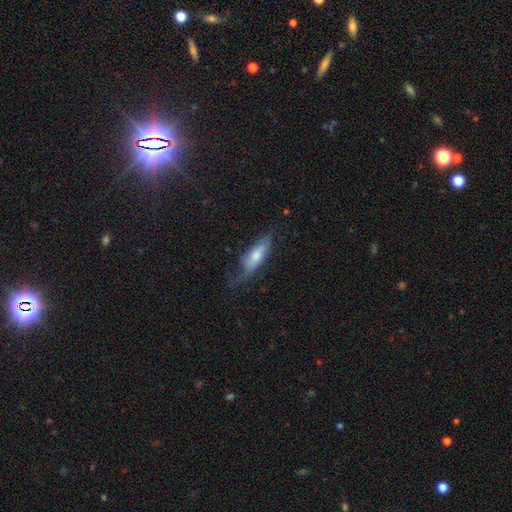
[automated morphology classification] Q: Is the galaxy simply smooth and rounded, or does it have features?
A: smooth — 50%.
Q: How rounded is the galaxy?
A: cigar-shaped — 55%.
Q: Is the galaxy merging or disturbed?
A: none — 53%.